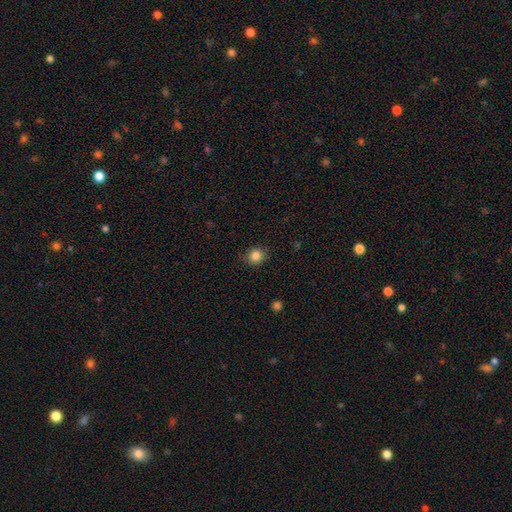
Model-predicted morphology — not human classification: Smooth or featured: smooth — 84% (star or artifact — 11%)
How rounded: round — 87% (in between — 12%)
Merging: none — 87% (minor disturbance — 10%)